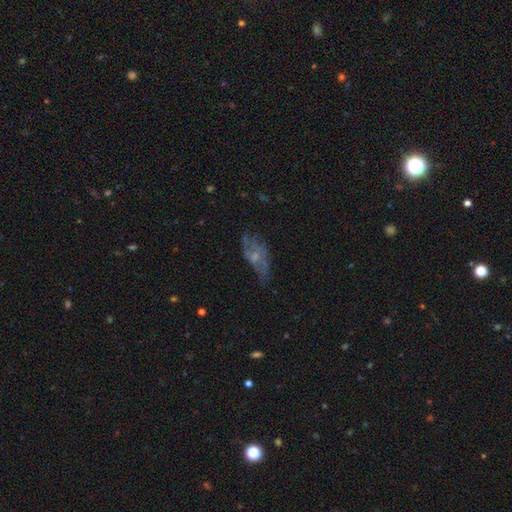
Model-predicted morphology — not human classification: Overall: featured or disk (57%; smooth 31%). Edge-on disk: no (90%). Bar: no (75%). Spiral arms: yes (55%; no 45%). Bulge size: small (51%; moderate 29%). Merging: none (47%; minor disturbance 27%).